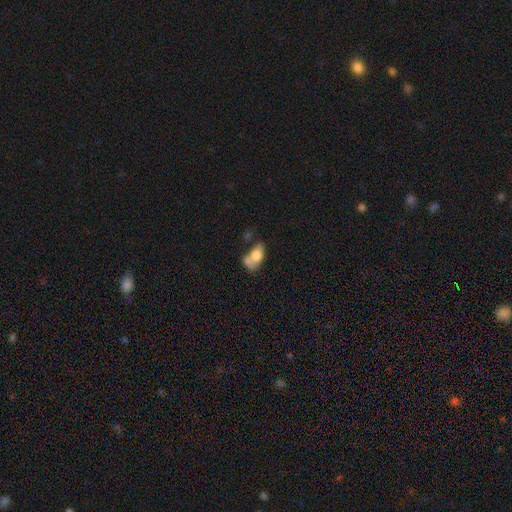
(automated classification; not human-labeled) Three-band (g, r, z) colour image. It shows a smooth galaxy with no disk features (70%) that is in between round and cigar-shaped (84%). Merging: merger (53%).